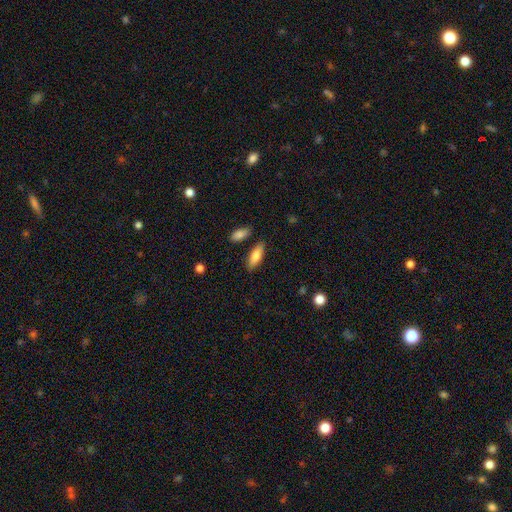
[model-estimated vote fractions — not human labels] The model was most divided on "how rounded": in between: 62%, cigar-shaped: 36%, round: 2%. More confident: merging — none (82%); smooth or featured — smooth (78%).